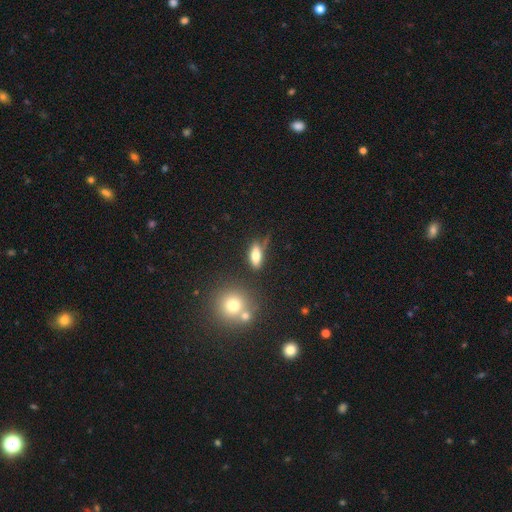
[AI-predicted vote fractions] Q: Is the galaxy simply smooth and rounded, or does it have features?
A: smooth — 73%.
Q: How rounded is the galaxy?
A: in between — 76%.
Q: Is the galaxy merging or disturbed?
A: none — 63%.